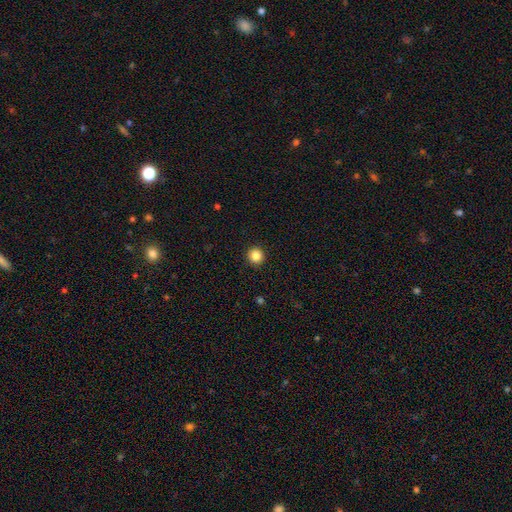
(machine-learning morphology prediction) Smooth or featured?
  - smooth: 85% *
  - star or artifact: 10%
  - featured or disk: 4%
How rounded?
  - round: 94% *
  - in between: 5%
  - cigar-shaped: 1%
Merging?
  - none: 94% *
  - minor disturbance: 4%
  - major disturbance: 1%
  - merger: 1%